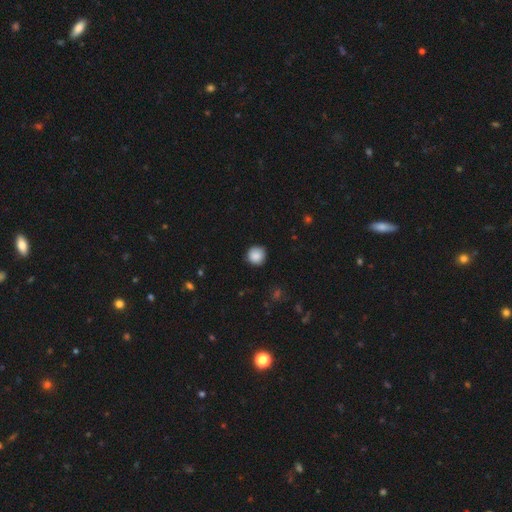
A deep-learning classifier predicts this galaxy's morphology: A smooth galaxy with no disk features (88%) that is round (95%). Merging: none (89%).